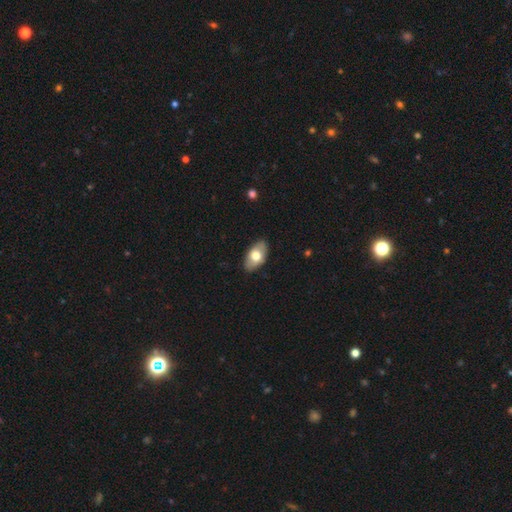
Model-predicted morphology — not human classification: This appears to be a smooth galaxy with no disk features (66%) that is in between round and cigar-shaped (93%). Merging: none (85%).